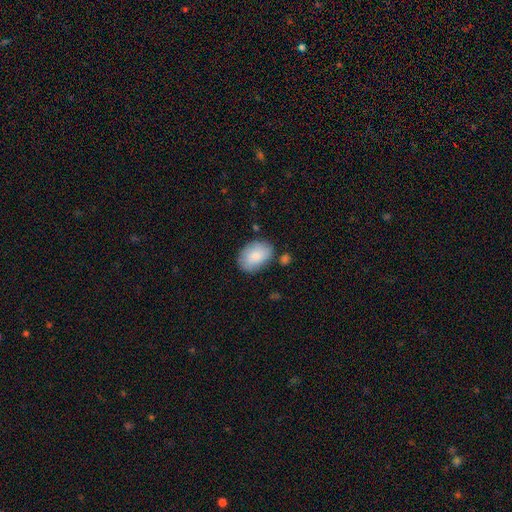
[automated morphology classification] A smooth galaxy with no disk features (83%) that is in between round and cigar-shaped (85%). Merging: none (73%).